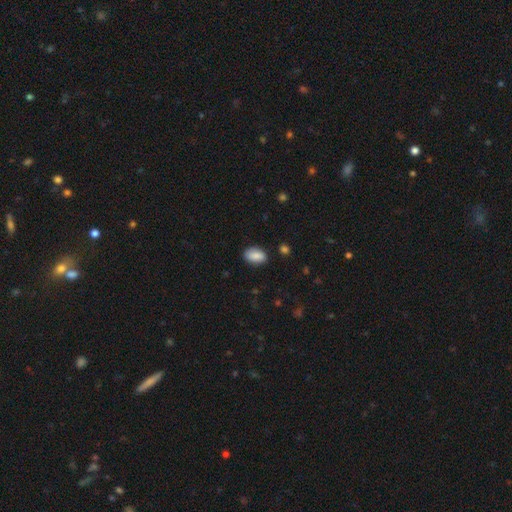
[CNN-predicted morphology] Smooth or featured? smooth (86%)
How rounded? in between (91%)
Merging? none (83%)